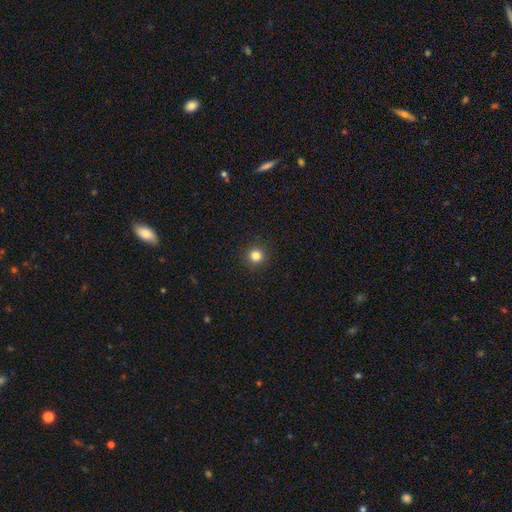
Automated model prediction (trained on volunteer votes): The model was most divided on "smooth or featured": smooth: 82%, star or artifact: 13%, featured or disk: 5%. More confident: how rounded — round (95%); merging — none (92%).